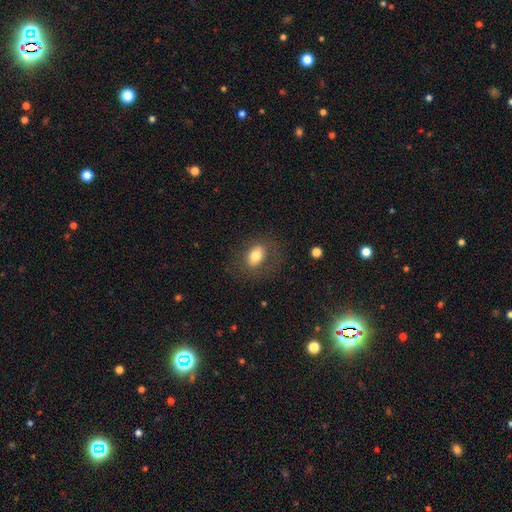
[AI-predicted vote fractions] Smooth or featured? Predicted: smooth (p=0.73). How rounded? Predicted: in between (p=0.75). Merging? Predicted: none (p=0.73).